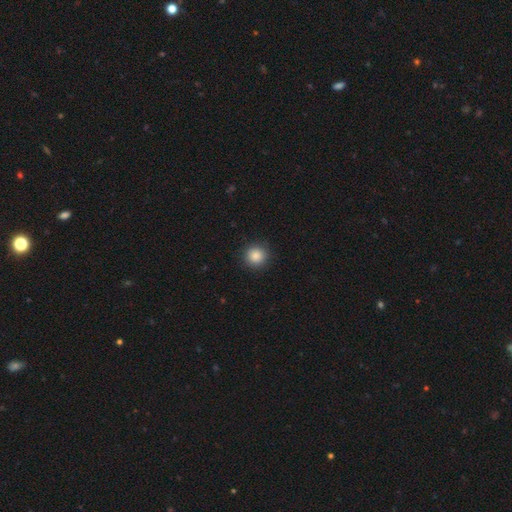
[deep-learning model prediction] Morphology: type=smooth (87%); roundness=round (94%); merging=none (91%).